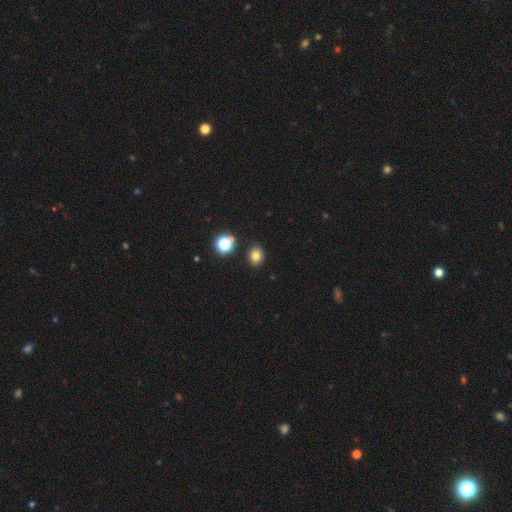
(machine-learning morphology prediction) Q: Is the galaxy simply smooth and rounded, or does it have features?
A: smooth — 77%.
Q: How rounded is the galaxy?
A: round — 50%.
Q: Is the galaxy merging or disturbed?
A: none — 86%.